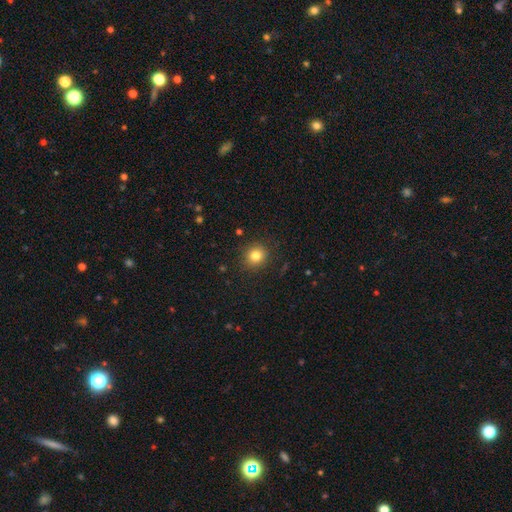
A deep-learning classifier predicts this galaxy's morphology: Smooth or featured? smooth (81%)
How rounded? round (86%)
Merging? none (88%)